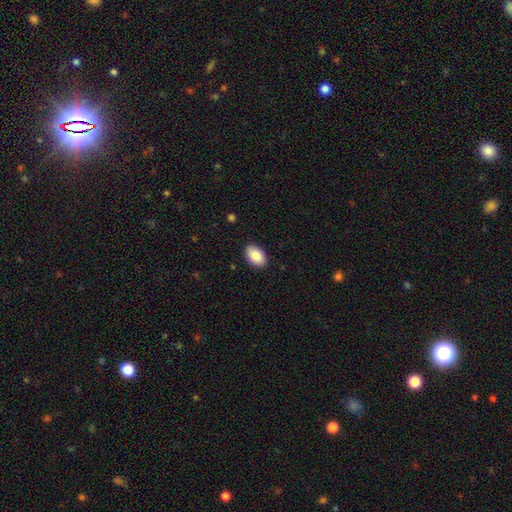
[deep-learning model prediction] A smooth galaxy with no disk features (89%) that is in between round and cigar-shaped (93%).

Vote fractions:
- Smooth or featured? smooth: 89% / star or artifact: 6% / featured or disk: 4%
- How rounded? in between: 93% / round: 6% / cigar-shaped: 1%
- Merging? none: 89% / minor disturbance: 8% / major disturbance: 2% / merger: 1%